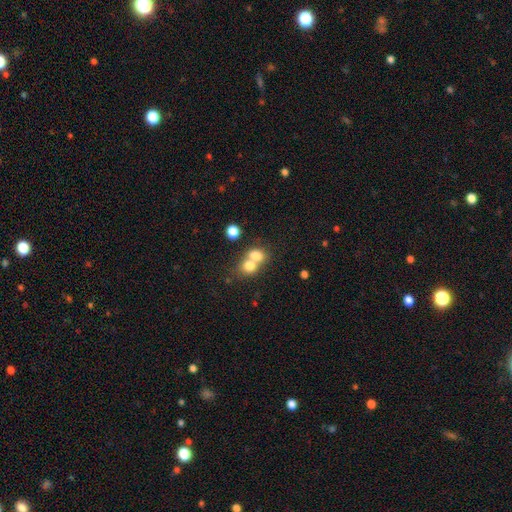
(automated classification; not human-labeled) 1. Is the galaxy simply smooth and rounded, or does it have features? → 75% smooth, 14% featured or disk, 11% star or artifact.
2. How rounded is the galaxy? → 56% round, 43% in between, 1% cigar-shaped.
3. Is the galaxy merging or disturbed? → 65% merger, 26% none, 6% minor disturbance, 3% major disturbance.